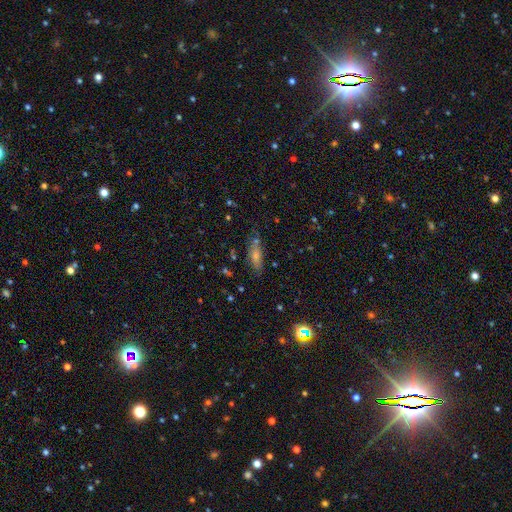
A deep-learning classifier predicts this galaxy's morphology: smooth-or-featured: smooth: 53% | featured or disk: 27% | star or artifact: 20%
  how-rounded: in between: 50% | cigar-shaped: 45% | round: 5%
  merging: none: 72% | minor disturbance: 17% | merger: 6% | major disturbance: 5%